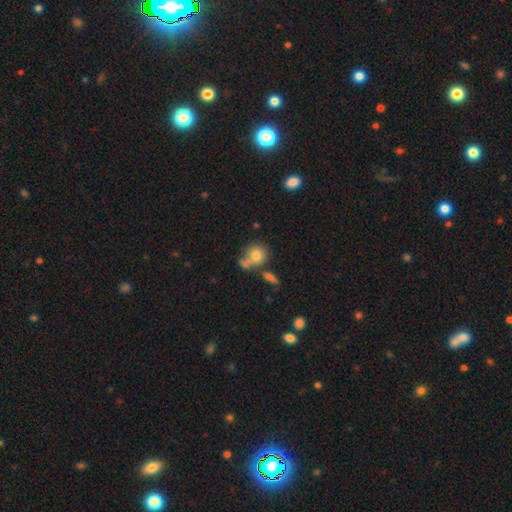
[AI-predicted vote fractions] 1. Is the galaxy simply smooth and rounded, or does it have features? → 76% smooth, 14% featured or disk, 10% star or artifact.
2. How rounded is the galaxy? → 76% round, 23% in between, 1% cigar-shaped.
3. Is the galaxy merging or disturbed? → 46% none, 30% merger, 16% minor disturbance, 8% major disturbance.